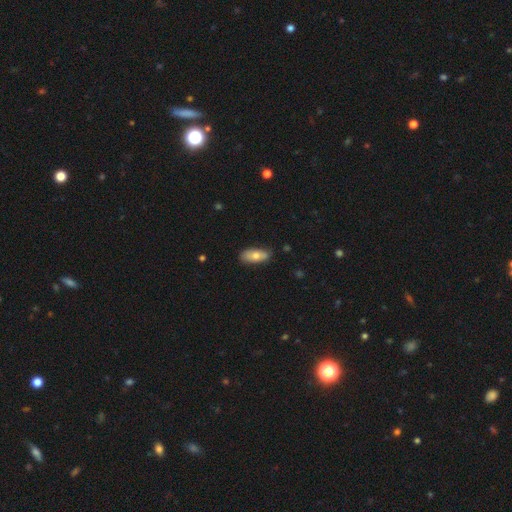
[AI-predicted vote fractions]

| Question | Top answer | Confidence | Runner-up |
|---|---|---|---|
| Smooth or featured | smooth | 70% | featured or disk (23%) |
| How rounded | in between | 82% | cigar-shaped (15%) |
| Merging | none | 78% | minor disturbance (18%) |